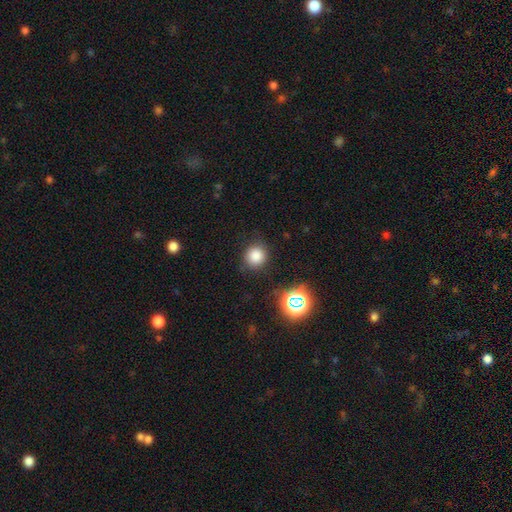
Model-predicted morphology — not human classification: Smooth or featured? Predicted: smooth (p=0.80). How rounded? Predicted: round (p=0.87). Merging? Predicted: none (p=0.83).